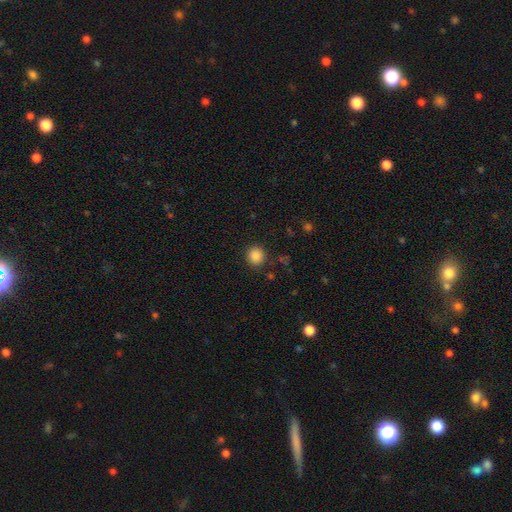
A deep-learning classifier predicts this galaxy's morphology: smooth-or-featured: smooth: 87% | star or artifact: 10% | featured or disk: 3%
  how-rounded: round: 86% | in between: 13% | cigar-shaped: 1%
  merging: none: 89% | minor disturbance: 7% | major disturbance: 3% | merger: 2%